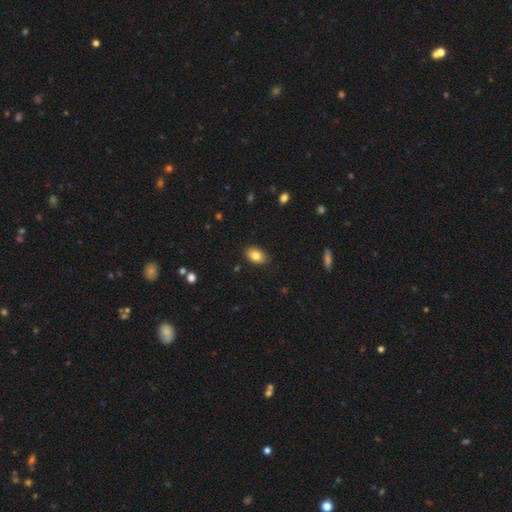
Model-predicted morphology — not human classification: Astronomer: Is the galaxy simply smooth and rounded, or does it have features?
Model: smooth — 82%.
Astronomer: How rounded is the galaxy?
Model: in between — 85%.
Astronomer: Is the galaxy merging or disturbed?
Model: none — 86%.